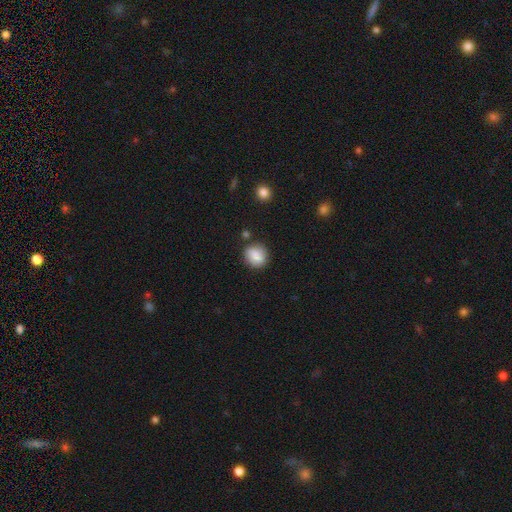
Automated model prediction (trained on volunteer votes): Morphology: type=smooth (84%); roundness=round (72%); merging=none (79%).